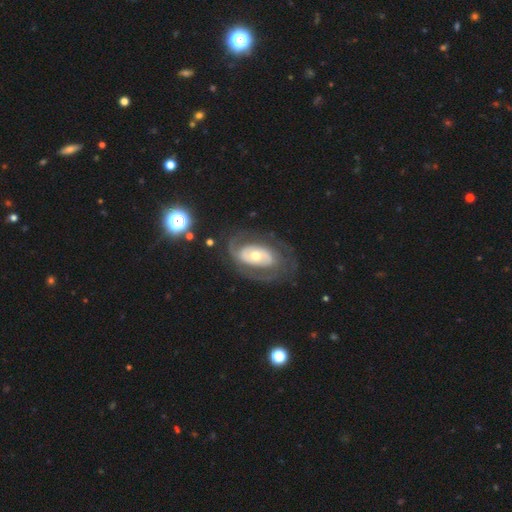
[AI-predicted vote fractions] A featured or disk galaxy (80%) with no bar (64%), 2 (58%) tight (49%) spiral arms (81%) and a moderate central bulge (61%).

Vote fractions:
- Smooth or featured? featured or disk: 80% / smooth: 15% / star or artifact: 5%
- Edge-on disk? no: 95% / yes: 5%
- Bar? no: 64% / weak: 24% / strong: 13%
- Spiral arms? yes: 81% / no: 19%
- Spiral winding? tight: 49% / medium: 35% / loose: 16%
- Spiral arm count? 2: 58% / can't tell: 24% / 1: 7% / 3: 6% / 4: 2% / more than 4: 2%
- Bulge size? moderate: 61% / small: 30% / large: 8% / dominant: 1% / none: 1%
- Merging? none: 66% / minor disturbance: 16% / major disturbance: 16% / merger: 2%